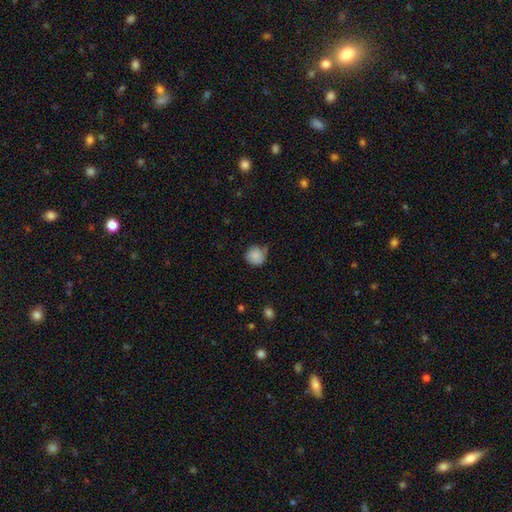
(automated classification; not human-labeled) This is clearly a smooth galaxy (85%). How rounded: clearly round (89%). Merging: likely none (64%).